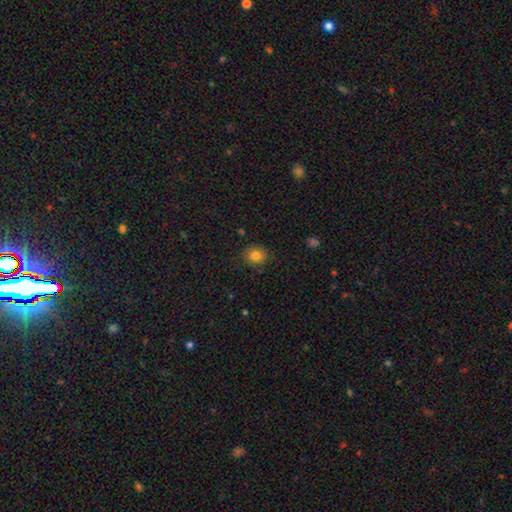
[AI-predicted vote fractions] Smooth or featured? Predicted: smooth (p=0.81). How rounded? Predicted: round (p=0.80). Merging? Predicted: none (p=0.86).